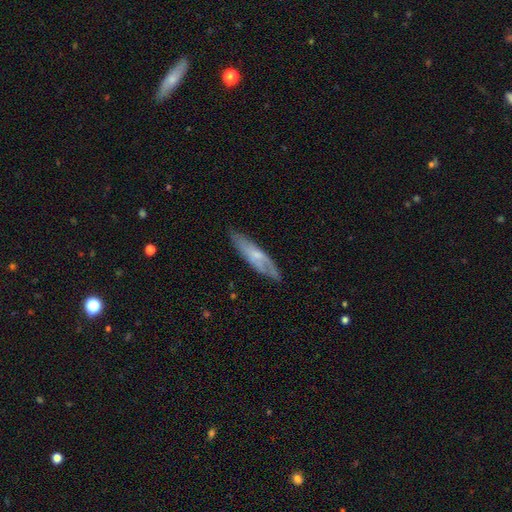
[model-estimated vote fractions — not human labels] Morphology: type=featured or disk (53%); edge-on=no (59%); merging=none (70%).